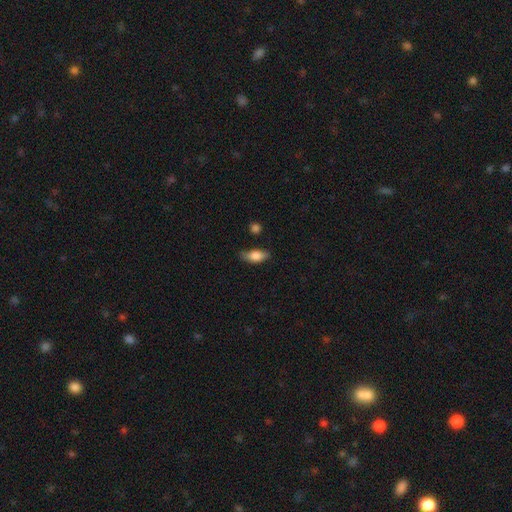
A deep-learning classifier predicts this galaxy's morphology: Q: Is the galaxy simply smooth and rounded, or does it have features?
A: smooth — 78%.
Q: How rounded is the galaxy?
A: in between — 80%.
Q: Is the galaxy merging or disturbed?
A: none — 69%.